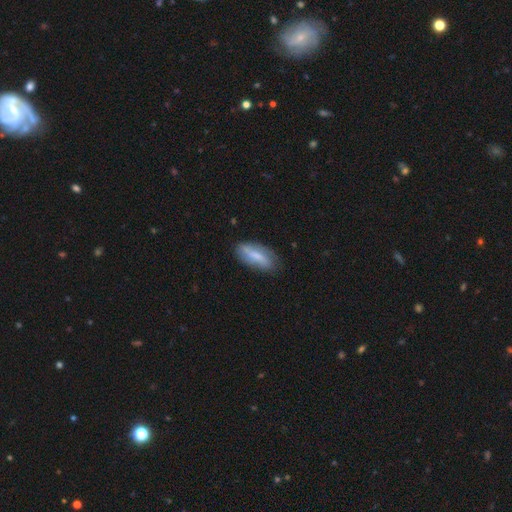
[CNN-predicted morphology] A smooth galaxy with no disk features (57%) that is in between round and cigar-shaped (70%). Merging: none (74%).